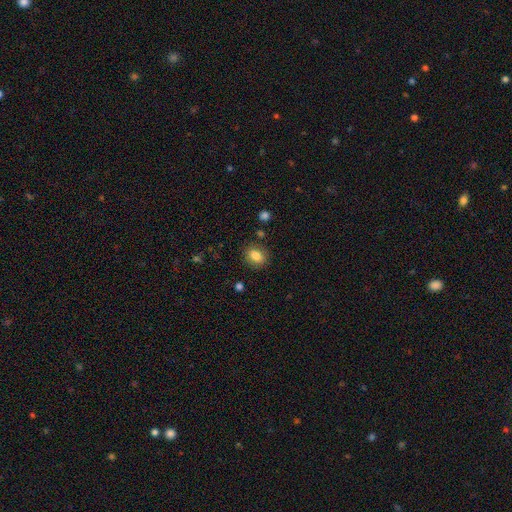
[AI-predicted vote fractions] Smooth or featured?
  - smooth: 84% *
  - star or artifact: 9%
  - featured or disk: 7%
How rounded?
  - in between: 52% *
  - round: 47%
  - cigar-shaped: 1%
Merging?
  - none: 84% *
  - minor disturbance: 11%
  - major disturbance: 3%
  - merger: 2%